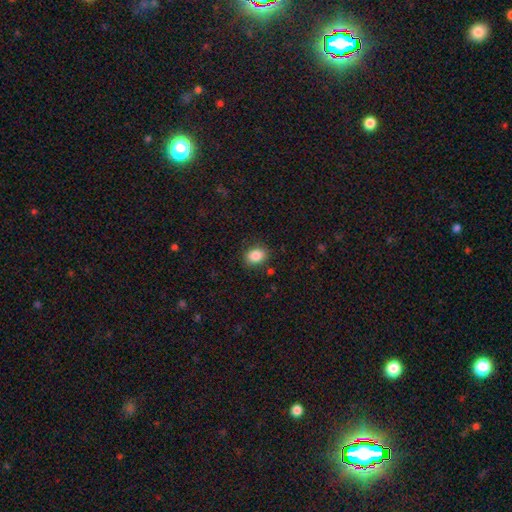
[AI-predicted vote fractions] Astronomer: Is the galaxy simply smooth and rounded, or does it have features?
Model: smooth — 86%.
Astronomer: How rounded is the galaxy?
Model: in between — 61% (runner-up: round, 38%).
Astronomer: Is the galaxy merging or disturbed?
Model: none — 85%.